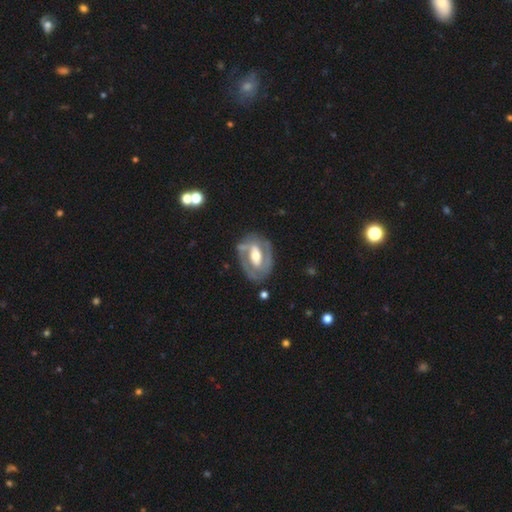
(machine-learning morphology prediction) Smooth or featured? featured or disk (79%)
Edge-on disk? no (95%)
Bar? strong (41%)
Spiral arms? yes (69%)
Spiral winding? tight (51%)
Spiral arm count? 2 (72%)
Bulge size? moderate (64%)
Merging? none (71%)